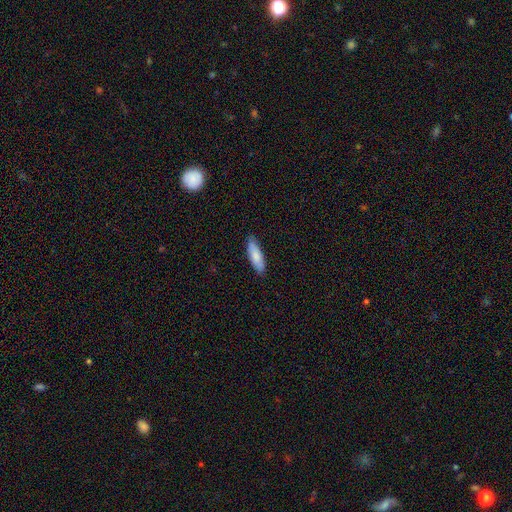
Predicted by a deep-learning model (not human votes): smooth-or-featured: smooth: 81% | featured or disk: 13% | star or artifact: 5%
  how-rounded: cigar-shaped: 54% | in between: 45% | round: 1%
  merging: none: 86% | minor disturbance: 11% | major disturbance: 2% | merger: 1%